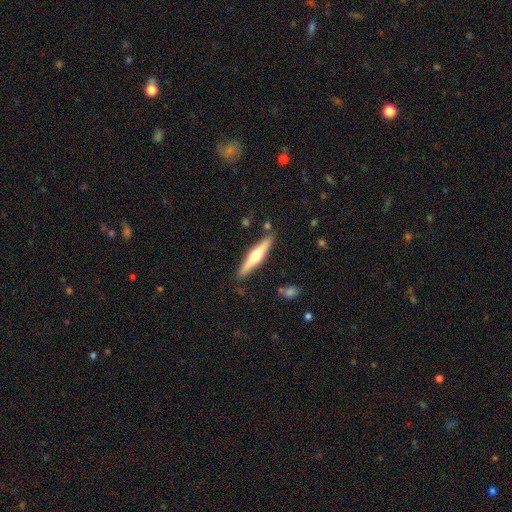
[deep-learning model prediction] This is likely a featured or disk galaxy (61%). It is clearly viewed edge-on (96%). Edge-on bulge: clearly rounded (92%). Merging: clearly none (86%).